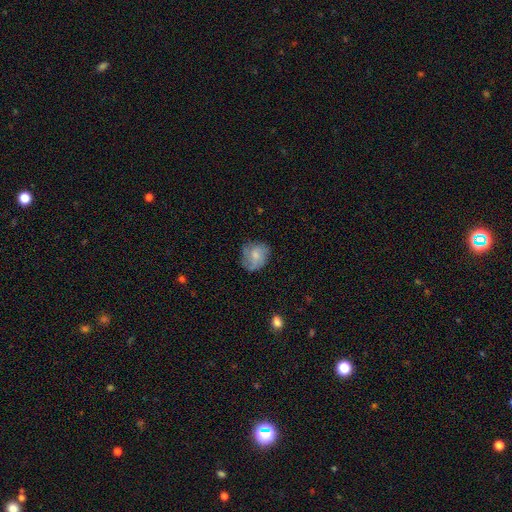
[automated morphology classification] This appears to be a smooth galaxy with no disk features (54%) that is round (69%). Merging: none (63%).